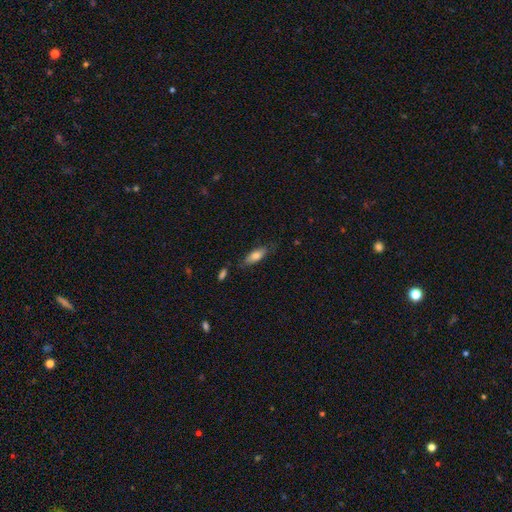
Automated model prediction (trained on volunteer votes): Smooth or featured: smooth — 75% (featured or disk — 18%)
How rounded: in between — 66% (cigar-shaped — 31%)
Merging: none — 72% (minor disturbance — 20%)